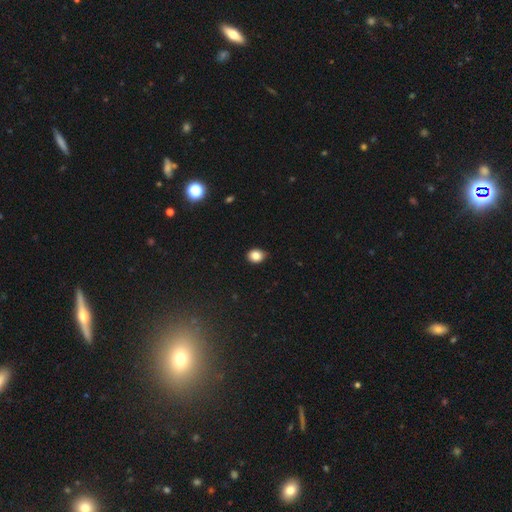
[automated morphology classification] smooth_or_featured: smooth (p=0.84) [alt: star or artifact p=0.10]
how_rounded: round (p=0.56) [alt: in between p=0.43]
merging: none (p=0.83) [alt: minor disturbance p=0.14]